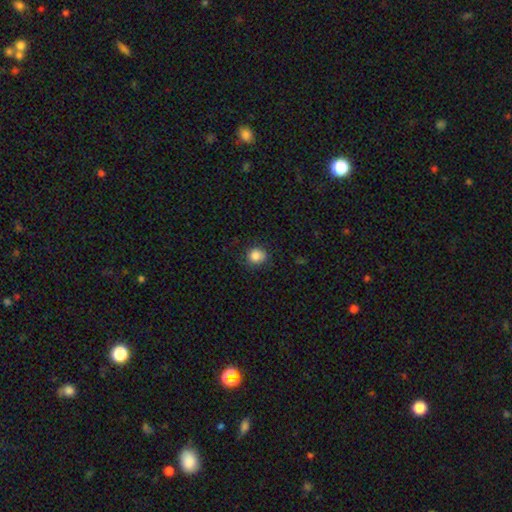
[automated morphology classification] Q: Smooth or featured?
A: smooth (85%); runner-up: star or artifact (10%)
Q: How rounded?
A: round (81%); runner-up: in between (18%)
Q: Merging?
A: none (81%); runner-up: minor disturbance (15%)